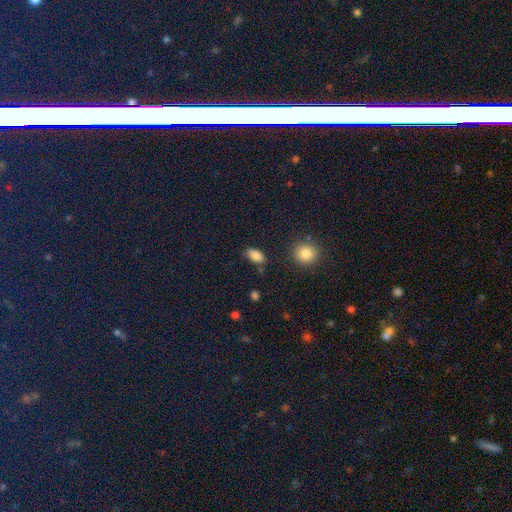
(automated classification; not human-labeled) The model was most divided on "merging": none: 77%, minor disturbance: 15%, major disturbance: 4%, merger: 4%. More confident: how rounded — in between (90%); smooth or featured — smooth (85%).